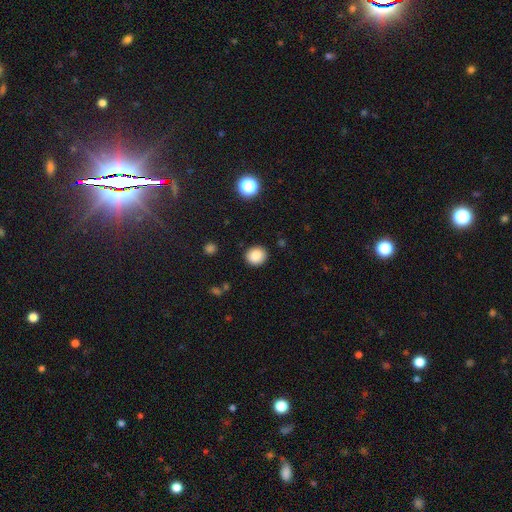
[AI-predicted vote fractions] smooth_or_featured: smooth (p=0.86) [alt: star or artifact p=0.10]
how_rounded: round (p=0.82) [alt: in between p=0.17]
merging: none (p=0.90) [alt: minor disturbance p=0.07]